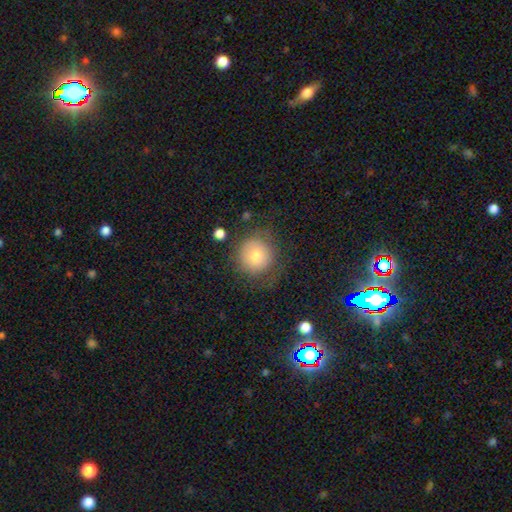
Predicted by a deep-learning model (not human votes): Overall: smooth (71%). How rounded: round (92%). Merging: none (69%).